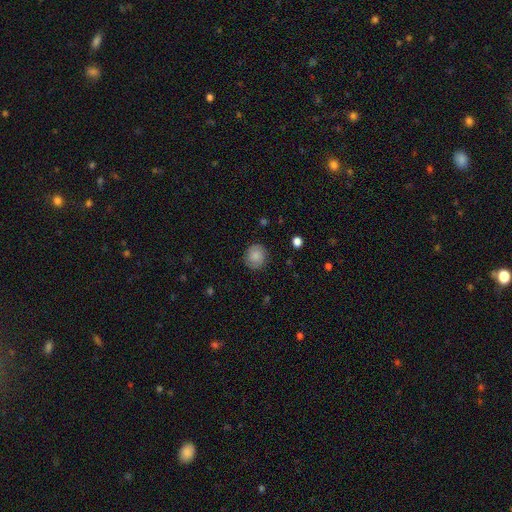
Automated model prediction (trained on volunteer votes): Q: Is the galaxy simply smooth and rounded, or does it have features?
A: smooth — 77%.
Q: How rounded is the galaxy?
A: round — 84%.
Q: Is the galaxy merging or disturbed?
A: none — 85%.